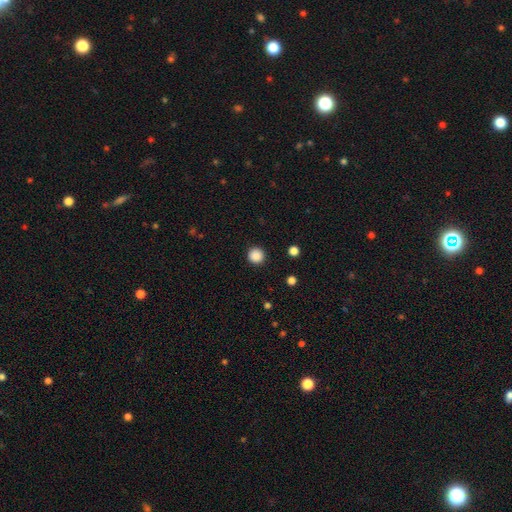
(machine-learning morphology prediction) Smooth or featured? smooth (88%)
How rounded? round (95%)
Merging? none (92%)